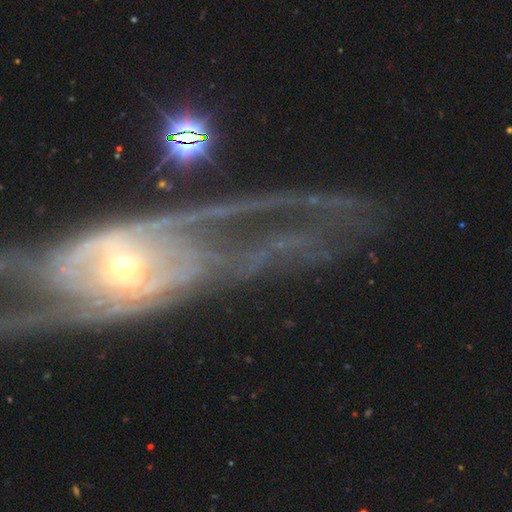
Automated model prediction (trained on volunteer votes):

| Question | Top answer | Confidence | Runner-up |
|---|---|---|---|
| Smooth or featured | featured or disk | 80% | star or artifact (10%) |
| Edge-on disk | no | 88% | yes (12%) |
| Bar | no | 59% | weak (24%) |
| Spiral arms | yes | 81% | no (19%) |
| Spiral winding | tight | 51% | medium (32%) |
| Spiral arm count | can't tell | 38% | 2 (28%) |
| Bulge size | moderate | 49% | small (42%) |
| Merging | none | 55% | major disturbance (25%) |